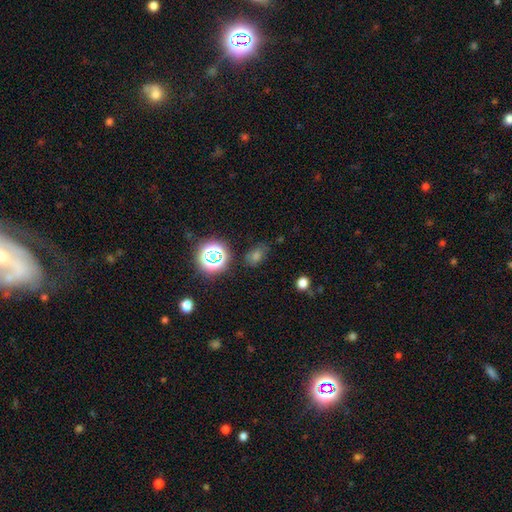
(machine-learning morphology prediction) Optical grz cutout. It shows a smooth galaxy with no disk features (50%). Merging: none (74%).